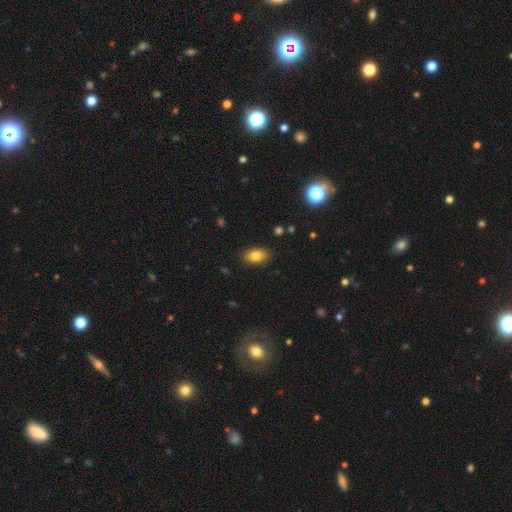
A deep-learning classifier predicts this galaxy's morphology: Smooth or featured: smooth — 81% (featured or disk — 10%)
How rounded: in between — 88% (round — 9%)
Merging: none — 86% (minor disturbance — 11%)